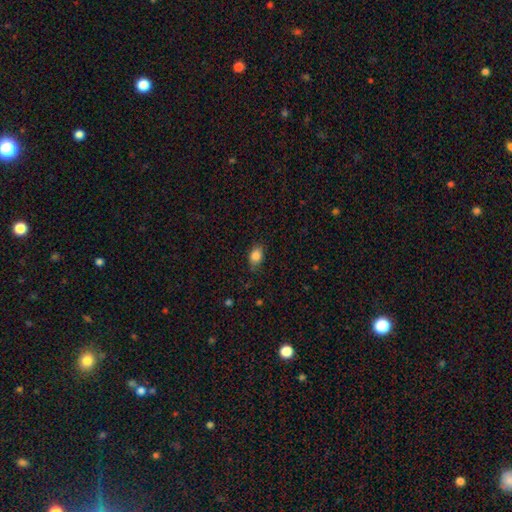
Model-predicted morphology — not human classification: smooth_or_featured: smooth (p=0.86) [alt: star or artifact p=0.09]
how_rounded: in between (p=0.80) [alt: round p=0.18]
merging: none (p=0.76) [alt: minor disturbance p=0.18]